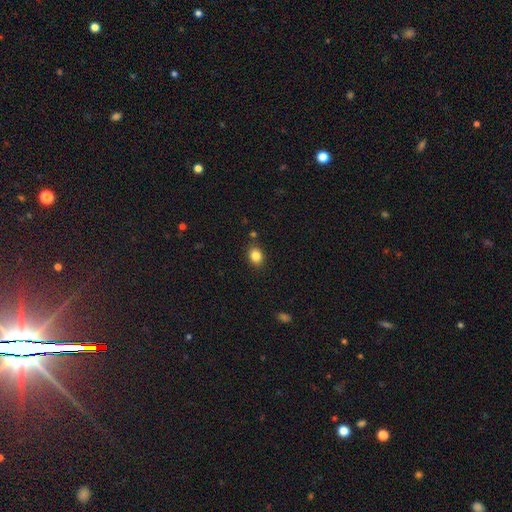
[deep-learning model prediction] This appears to be a smooth galaxy with no disk features (85%) that is in between round and cigar-shaped (56%). Merging: none (85%).